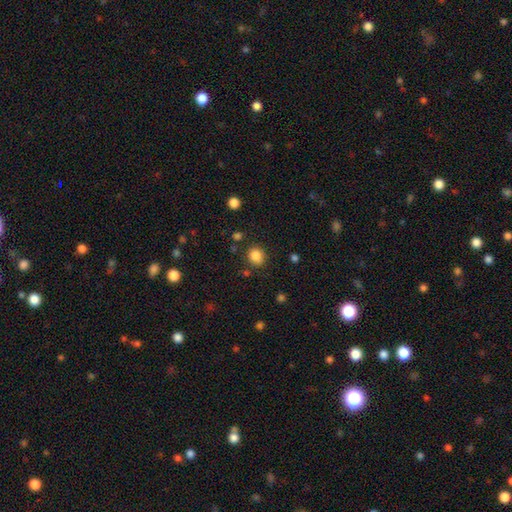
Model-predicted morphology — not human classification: Smooth or featured: smooth — 85% (star or artifact — 11%)
How rounded: round — 71% (in between — 28%)
Merging: none — 83% (minor disturbance — 10%)